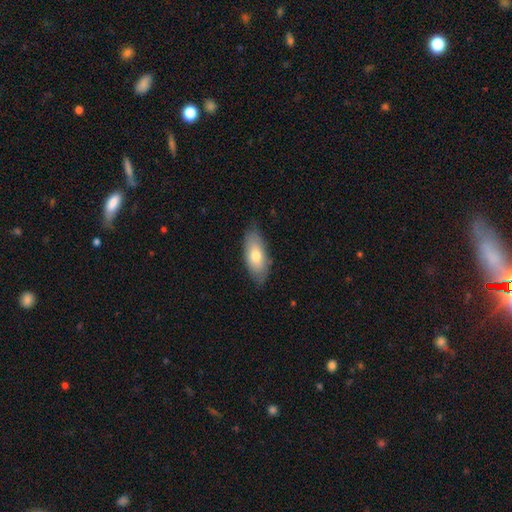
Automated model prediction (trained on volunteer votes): This appears to be a smooth galaxy with no disk features (71%) that is in between round and cigar-shaped (84%). Merging: none (80%).